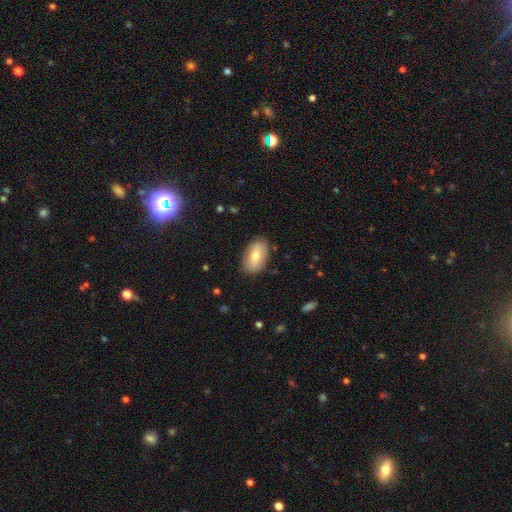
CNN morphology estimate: Smooth or featured: smooth — 71% (featured or disk — 23%)
How rounded: in between — 92% (round — 5%)
Merging: none — 83% (minor disturbance — 13%)